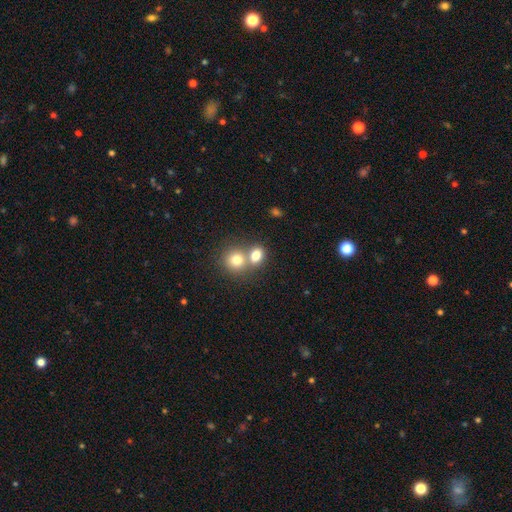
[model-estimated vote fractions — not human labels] Smooth or featured? smooth (78%)
How rounded? round (58%)
Merging? merger (56%)